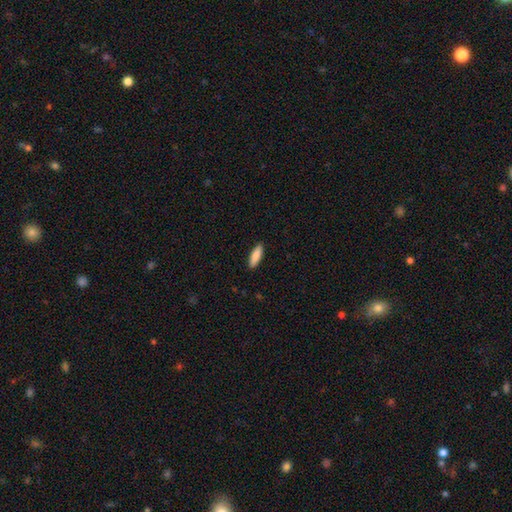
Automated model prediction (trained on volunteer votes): Smooth or featured: smooth — 88% (featured or disk — 6%)
How rounded: cigar-shaped — 53% (in between — 45%)
Merging: none — 90% (minor disturbance — 7%)